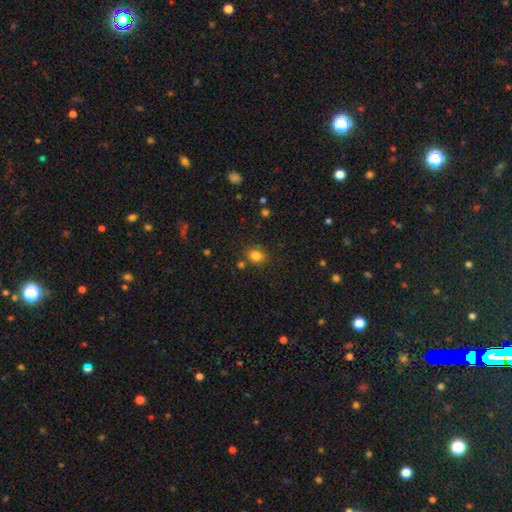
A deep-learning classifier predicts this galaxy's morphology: Q: Smooth or featured?
A: smooth (82%); runner-up: star or artifact (12%)
Q: How rounded?
A: round (67%); runner-up: in between (32%)
Q: Merging?
A: none (80%); runner-up: minor disturbance (11%)